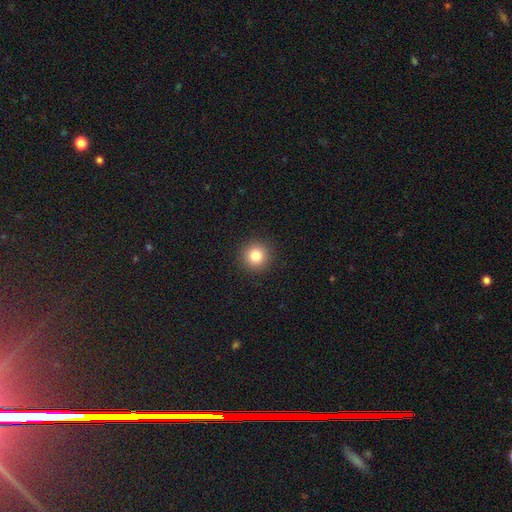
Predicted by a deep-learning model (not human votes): Smooth or featured?
  - smooth: 82% *
  - star or artifact: 12%
  - featured or disk: 6%
How rounded?
  - round: 95% *
  - in between: 4%
  - cigar-shaped: 1%
Merging?
  - none: 92% *
  - minor disturbance: 5%
  - major disturbance: 2%
  - merger: 1%